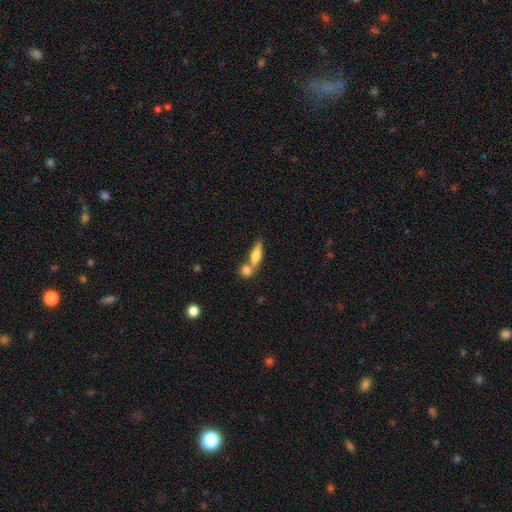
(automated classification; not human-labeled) A smooth galaxy with no disk features (66%) that is cigar-shaped (48%).

Vote fractions:
- Smooth or featured? smooth: 66% / featured or disk: 27% / star or artifact: 7%
- How rounded? cigar-shaped: 48% / in between: 46% / round: 6%
- Merging? merger: 45% / none: 41% / minor disturbance: 10% / major disturbance: 4%